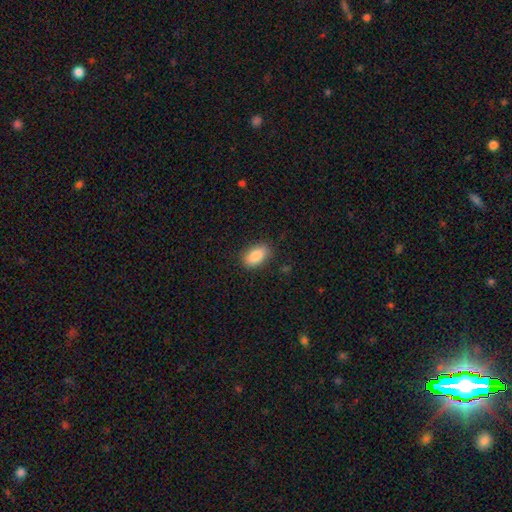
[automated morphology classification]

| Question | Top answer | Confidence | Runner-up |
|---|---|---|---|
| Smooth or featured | smooth | 88% | star or artifact (7%) |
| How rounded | in between | 92% | round (5%) |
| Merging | none | 86% | minor disturbance (11%) |